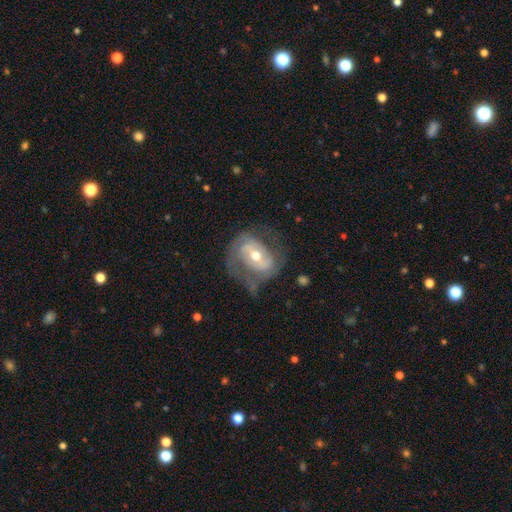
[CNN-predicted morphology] A featured or disk galaxy (73%) with a weak bar (39%), 2 (67%) medium (41%) spiral arms (72%) and a moderate central bulge (68%).

Vote fractions:
- Smooth or featured? featured or disk: 73% / smooth: 21% / star or artifact: 6%
- Edge-on disk? no: 96% / yes: 4%
- Bar? weak: 39% / no: 35% / strong: 26%
- Spiral arms? yes: 72% / no: 28%
- Spiral winding? medium: 41% / tight: 36% / loose: 23%
- Spiral arm count? 2: 67% / can't tell: 20% / 1: 8% / 3: 3% / 4: 1% / more than 4: 1%
- Bulge size? moderate: 68% / small: 26% / large: 4% / dominant: 1% / none: 1%
- Merging? none: 52% / minor disturbance: 23% / major disturbance: 23% / merger: 2%